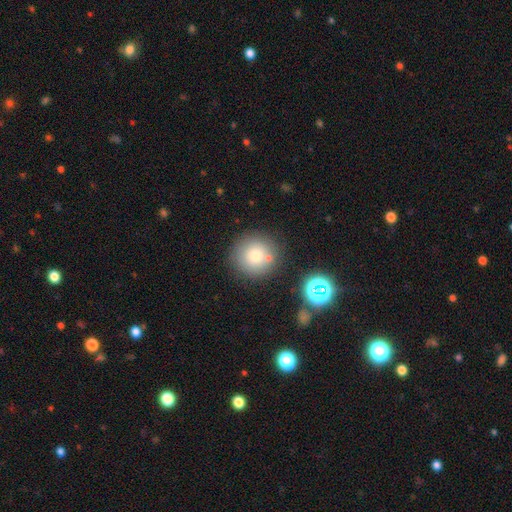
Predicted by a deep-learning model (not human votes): smooth_or_featured: smooth (p=0.75) [alt: star or artifact p=0.13]
how_rounded: round (p=0.94) [alt: in between p=0.05]
merging: none (p=0.78) [alt: minor disturbance p=0.10]